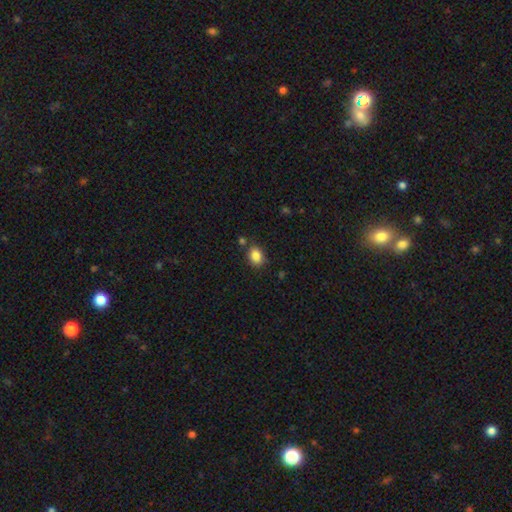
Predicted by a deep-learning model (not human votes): Smooth or featured? Predicted: smooth (p=0.86). How rounded? Predicted: in between (p=0.64). Merging? Predicted: none (p=0.78).